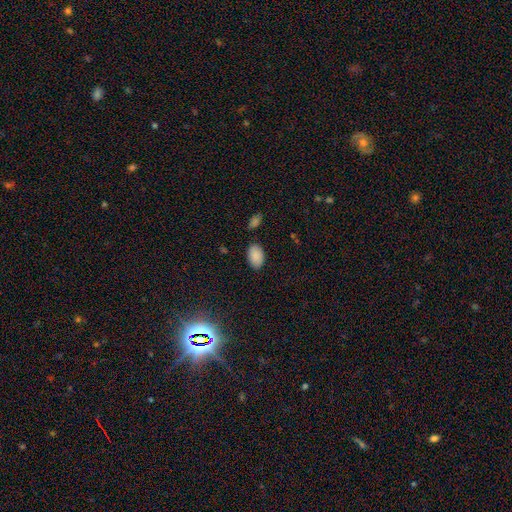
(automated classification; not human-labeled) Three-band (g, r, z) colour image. It shows a smooth galaxy with no disk features (89%) that is in between round and cigar-shaped (92%). Merging: none (84%).